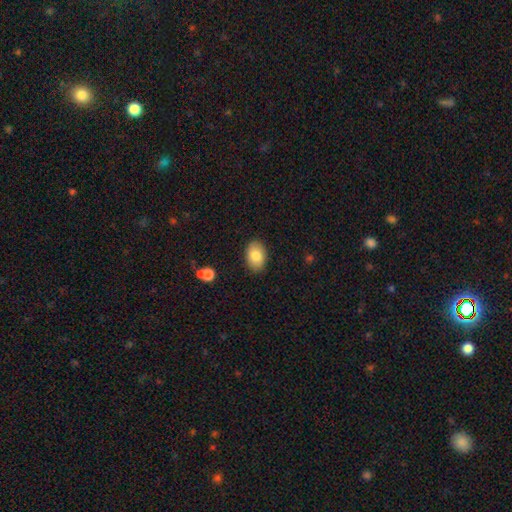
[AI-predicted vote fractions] smooth_or_featured: smooth (p=0.83) [alt: featured or disk p=0.10]
how_rounded: in between (p=0.87) [alt: round p=0.12]
merging: none (p=0.87) [alt: minor disturbance p=0.09]